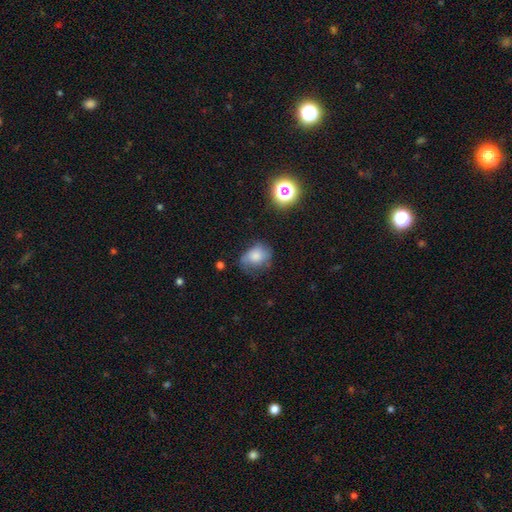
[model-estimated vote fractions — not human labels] Smooth or featured? smooth (70%)
How rounded? in between (59%)
Merging? none (48%)